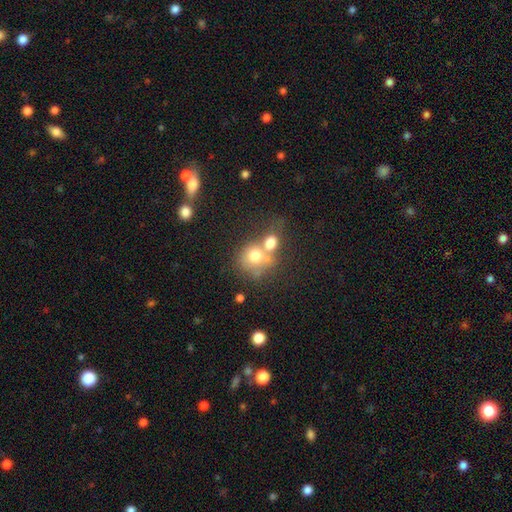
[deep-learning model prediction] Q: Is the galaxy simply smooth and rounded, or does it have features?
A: smooth — 69%.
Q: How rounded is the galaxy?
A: round — 74%.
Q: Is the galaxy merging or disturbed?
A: merger — 56%.